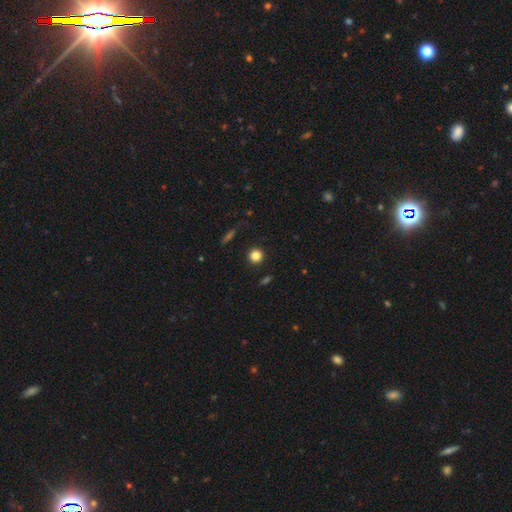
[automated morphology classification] A smooth galaxy with no disk features (83%) that is round (93%).

Vote fractions:
- Smooth or featured? smooth: 83% / star or artifact: 12% / featured or disk: 5%
- How rounded? round: 93% / in between: 5% / cigar-shaped: 1%
- Merging? none: 91% / minor disturbance: 6% / major disturbance: 2% / merger: 2%